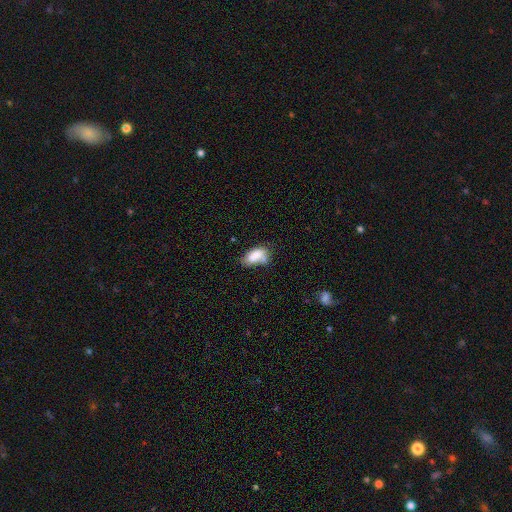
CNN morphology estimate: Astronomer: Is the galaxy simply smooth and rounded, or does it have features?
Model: smooth — 77%.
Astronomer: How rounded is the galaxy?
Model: in between — 91%.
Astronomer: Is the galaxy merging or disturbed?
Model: none — 35% (runner-up: minor disturbance, 28%).